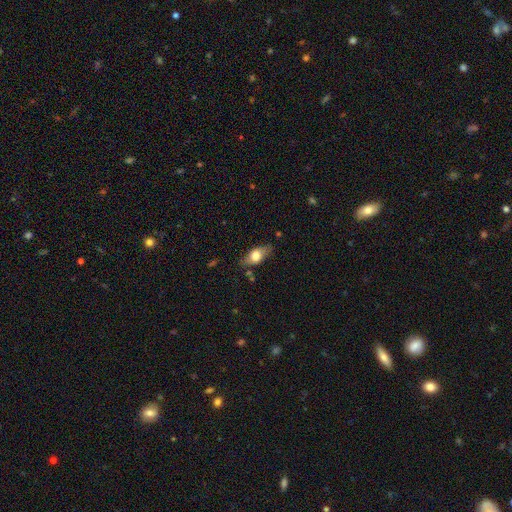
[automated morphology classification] Q: Smooth or featured?
A: smooth (64%); runner-up: featured or disk (29%)
Q: How rounded?
A: in between (82%); runner-up: cigar-shaped (12%)
Q: Merging?
A: none (75%); runner-up: minor disturbance (19%)